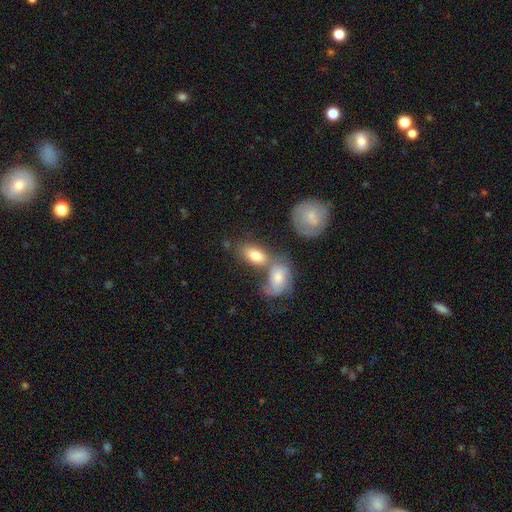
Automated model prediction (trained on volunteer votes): A smooth galaxy with no disk features (75%) that is in between round and cigar-shaped (89%). Merging: none (40%).